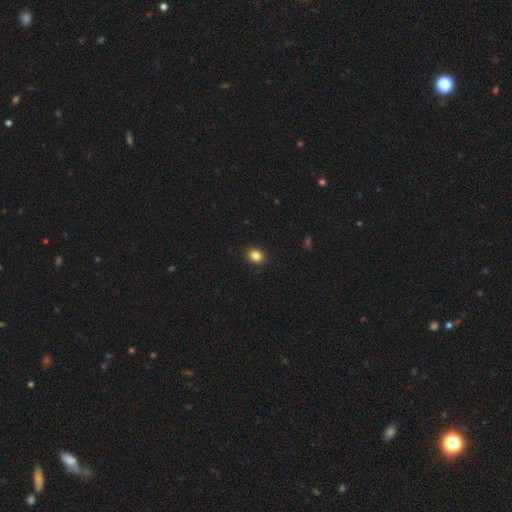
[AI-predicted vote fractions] This is clearly a smooth galaxy (85%). How rounded: possibly round (57%). Merging: clearly none (91%).